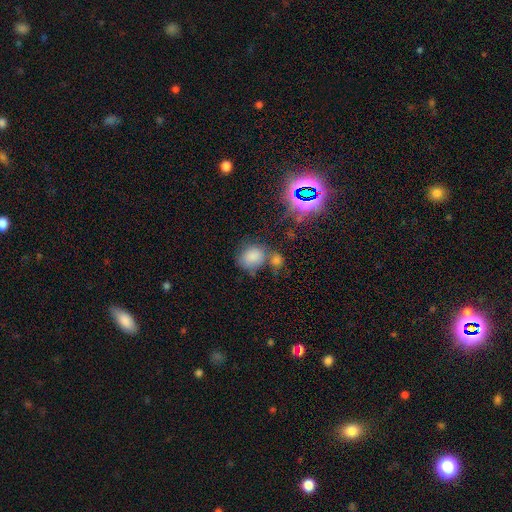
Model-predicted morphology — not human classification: Smooth or featured?
  - smooth: 71% *
  - star or artifact: 20%
  - featured or disk: 9%
How rounded?
  - round: 54% *
  - in between: 45%
  - cigar-shaped: 1%
Merging?
  - none: 49% *
  - merger: 26%
  - minor disturbance: 17%
  - major disturbance: 8%